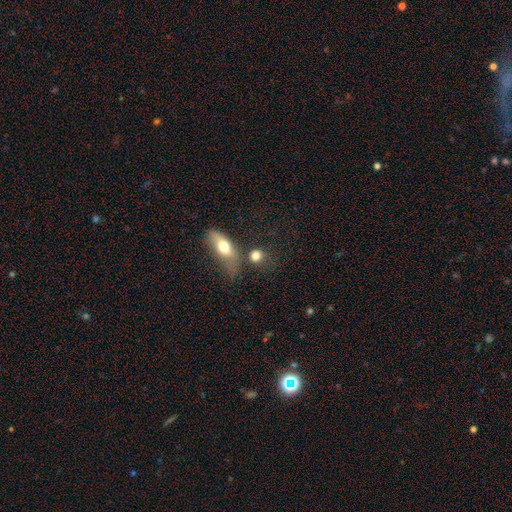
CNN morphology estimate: type=smooth (78%); roundness=round (71%); merging=none (60%).